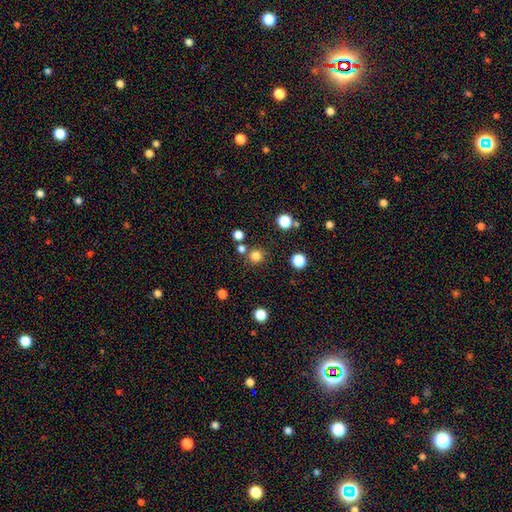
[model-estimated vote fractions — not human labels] Overall: smooth (80%). How rounded: round (93%). Merging: none (79%).